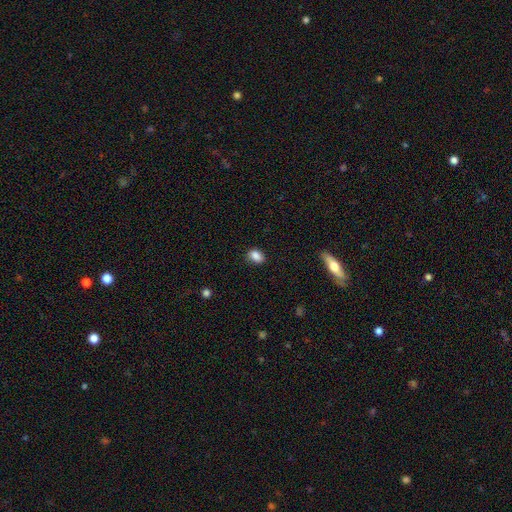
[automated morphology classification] This is clearly a smooth galaxy (87%). How rounded: likely in between (76%). Merging: clearly none (83%).